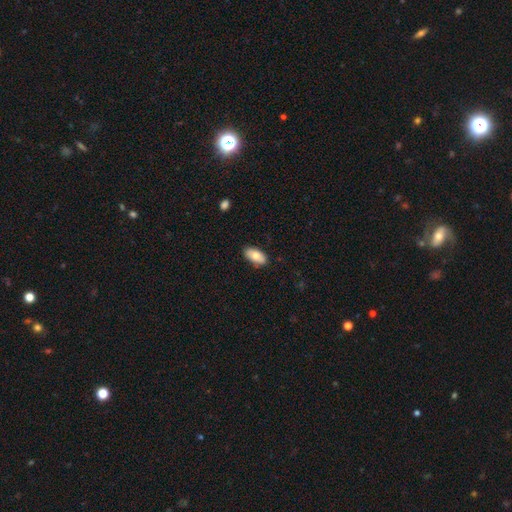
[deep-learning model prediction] This is likely a smooth galaxy (76%). How rounded: clearly in between (92%). Merging: clearly none (85%).